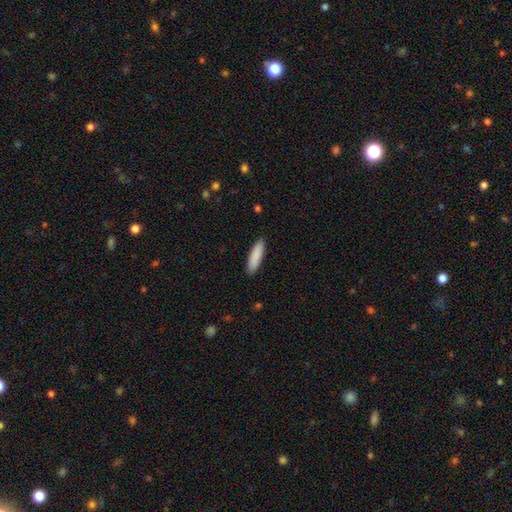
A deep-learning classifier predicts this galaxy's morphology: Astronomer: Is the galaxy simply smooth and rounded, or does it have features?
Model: smooth — 88%.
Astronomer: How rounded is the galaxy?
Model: cigar-shaped — 69%.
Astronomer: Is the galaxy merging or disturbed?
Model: none — 90%.